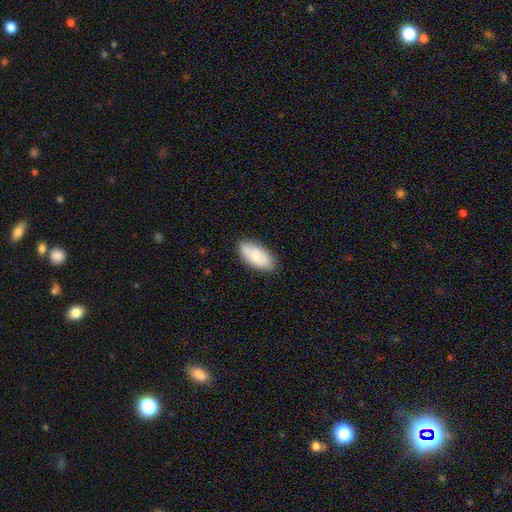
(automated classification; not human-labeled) smooth_or_featured: smooth (p=0.77) [alt: featured or disk p=0.16]
how_rounded: in between (p=0.92) [alt: cigar-shaped p=0.06]
merging: none (p=0.81) [alt: minor disturbance p=0.15]